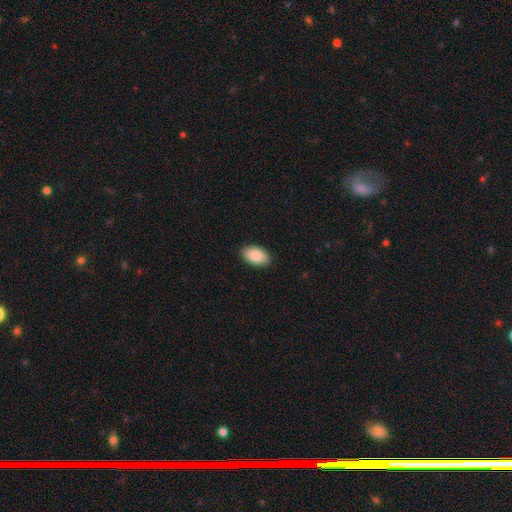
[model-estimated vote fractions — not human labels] smooth 88%, star or artifact 6%, featured or disk 6%. Down the decision tree: how rounded — in between (94%); merging — none (89%).